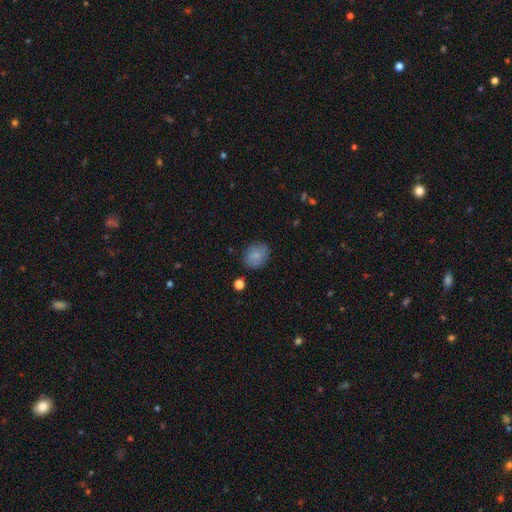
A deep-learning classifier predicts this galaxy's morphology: The model was most divided on "how rounded": in between: 54%, round: 45%, cigar-shaped: 1%. More confident: smooth or featured — smooth (82%); merging — none (80%).